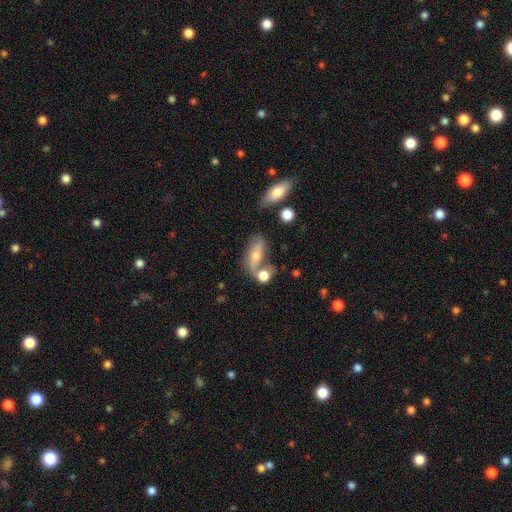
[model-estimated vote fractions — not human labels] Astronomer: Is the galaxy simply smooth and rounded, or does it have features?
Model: featured or disk — 48% (runner-up: smooth, 42%).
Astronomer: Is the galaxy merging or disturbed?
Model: none — 44% (runner-up: merger, 26%).